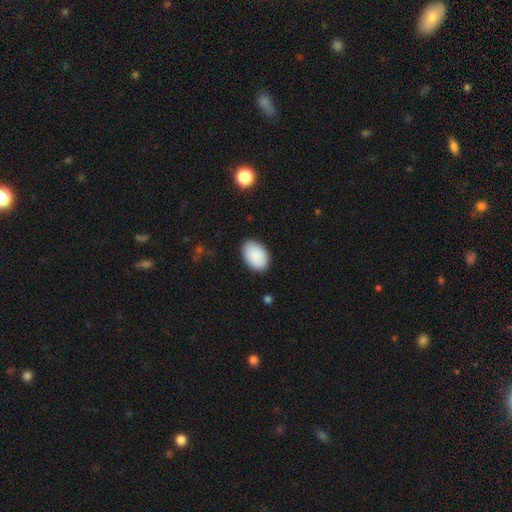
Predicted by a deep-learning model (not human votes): Smooth or featured? Predicted: smooth (p=0.90). How rounded? Predicted: in between (p=0.90). Merging? Predicted: none (p=0.88).